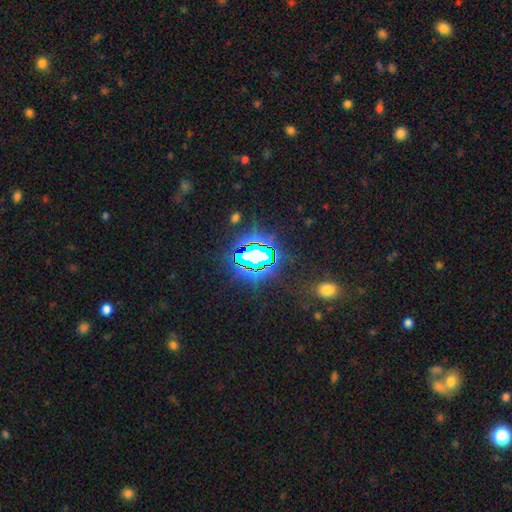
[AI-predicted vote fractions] star or artifact 79%, smooth 11%, featured or disk 10%.